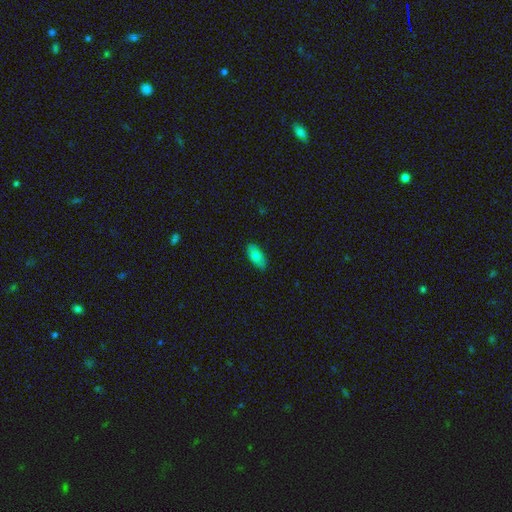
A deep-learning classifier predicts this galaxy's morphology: A smooth galaxy with no disk features (75%) that is in between round and cigar-shaped (90%). Merging: none (86%).